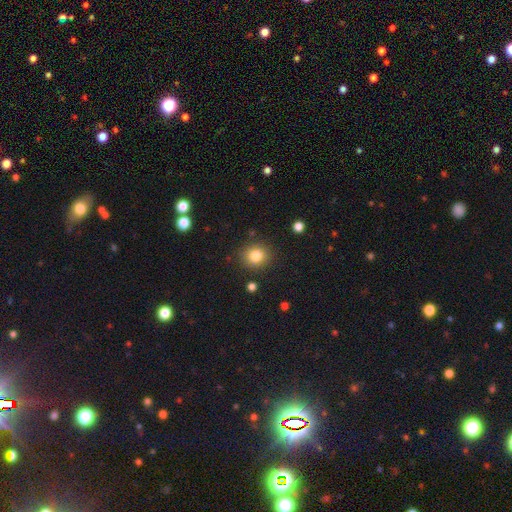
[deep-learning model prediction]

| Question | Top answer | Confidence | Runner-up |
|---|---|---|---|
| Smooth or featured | smooth | 82% | star or artifact (11%) |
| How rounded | round | 83% | in between (16%) |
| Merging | none | 87% | minor disturbance (8%) |